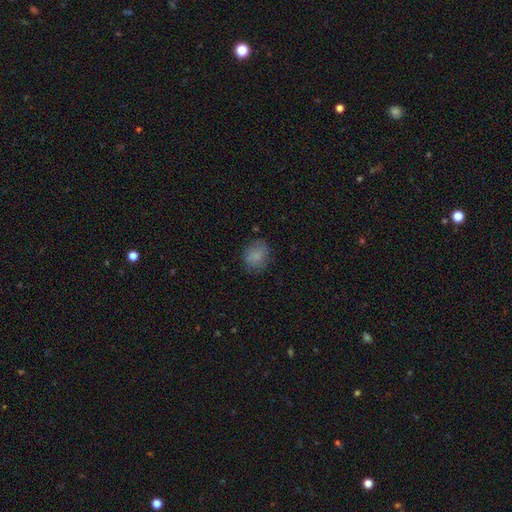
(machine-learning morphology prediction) The model was most divided on "how rounded": round: 67%, in between: 32%, cigar-shaped: 1%. More confident: smooth or featured — smooth (82%); merging — none (77%).